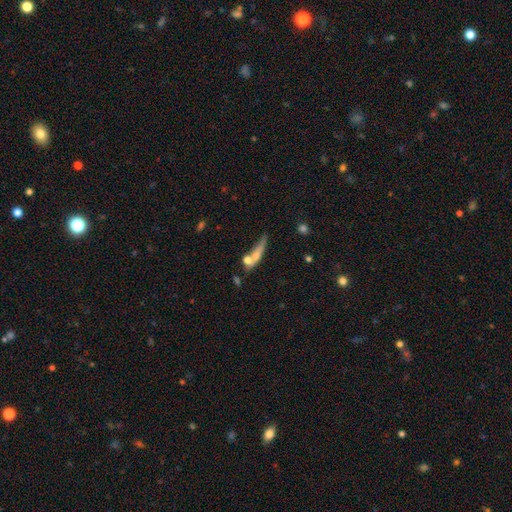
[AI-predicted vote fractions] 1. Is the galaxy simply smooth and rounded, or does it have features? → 56% smooth, 34% featured or disk, 10% star or artifact.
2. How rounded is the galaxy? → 75% cigar-shaped, 18% in between, 7% round.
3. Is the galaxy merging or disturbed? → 46% none, 25% merger, 18% minor disturbance, 10% major disturbance.